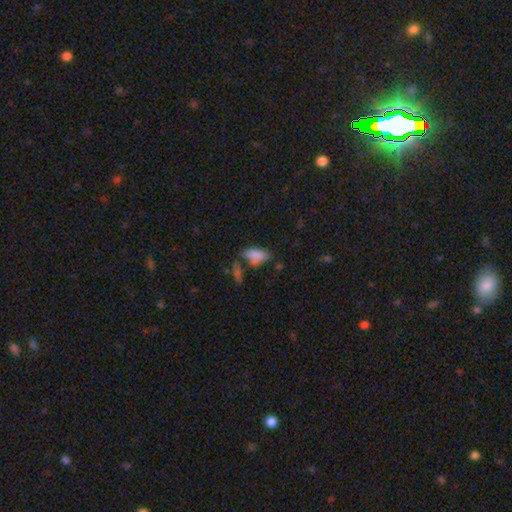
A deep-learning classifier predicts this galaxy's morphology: Smooth or featured?
  - smooth: 79% *
  - star or artifact: 11%
  - featured or disk: 10%
How rounded?
  - in between: 88% *
  - cigar-shaped: 8%
  - round: 4%
Merging?
  - none: 42% *
  - minor disturbance: 23%
  - merger: 21%
  - major disturbance: 13%